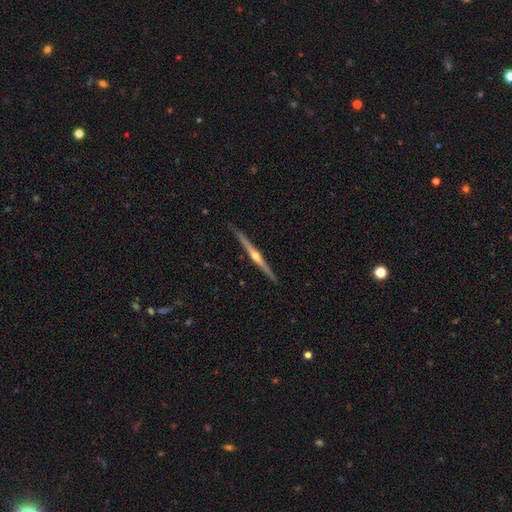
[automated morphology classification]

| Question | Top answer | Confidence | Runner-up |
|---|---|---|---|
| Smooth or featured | featured or disk | 81% | smooth (14%) |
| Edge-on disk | yes | 98% | no (2%) |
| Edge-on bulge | rounded | 90% | none (7%) |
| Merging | none | 90% | minor disturbance (8%) |